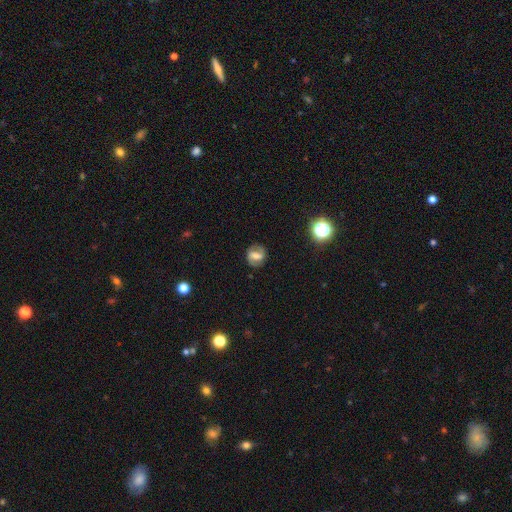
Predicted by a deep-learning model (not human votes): Overall: featured or disk (56%; smooth 34%). Edge-on disk: no (95%). Bar: strong (52%; weak 34%). Spiral arms: yes (73%). Bulge size: moderate (41%; small 24%). Merging: none (82%).